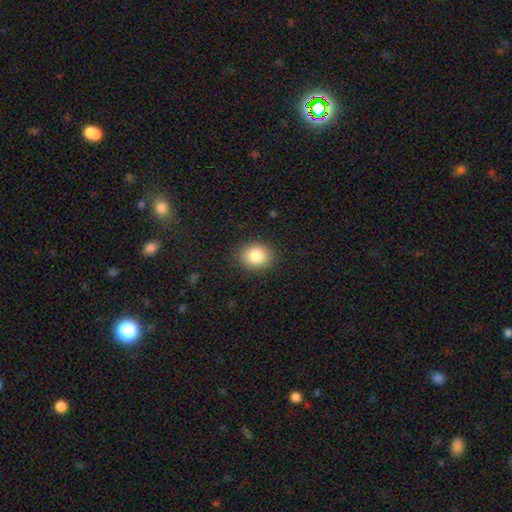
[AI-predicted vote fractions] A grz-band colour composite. It shows a smooth galaxy with no disk features (85%) that is round (64%). Merging: none (88%).